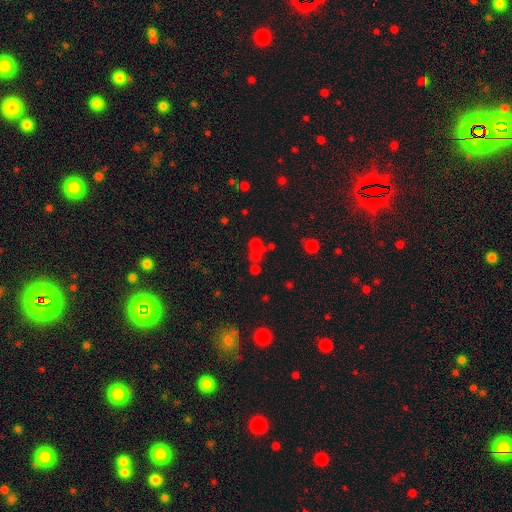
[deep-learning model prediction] smooth_or_featured: smooth (p=0.60) [alt: star or artifact p=0.28]
how_rounded: round (p=0.85) [alt: in between p=0.14]
merging: none (p=0.54) [alt: merger p=0.32]